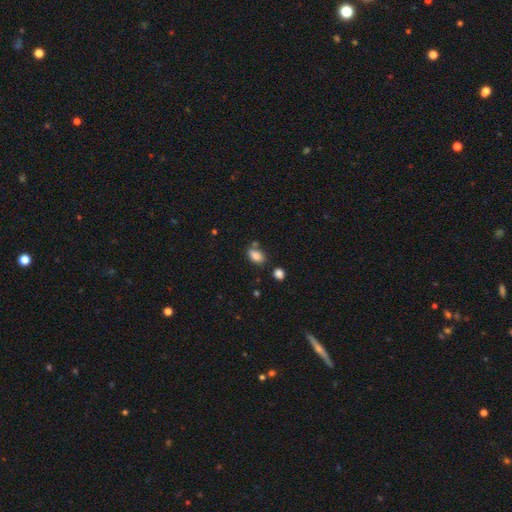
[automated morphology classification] smooth_or_featured: smooth (p=0.84) [alt: star or artifact p=0.09]
how_rounded: in between (p=0.87) [alt: round p=0.11]
merging: none (p=0.66) [alt: minor disturbance p=0.17]